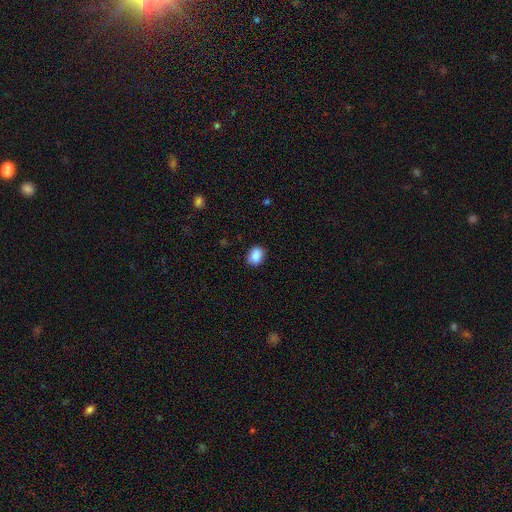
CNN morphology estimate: This appears to be a smooth galaxy with no disk features (88%) that is in between round and cigar-shaped (59%). Merging: none (86%).